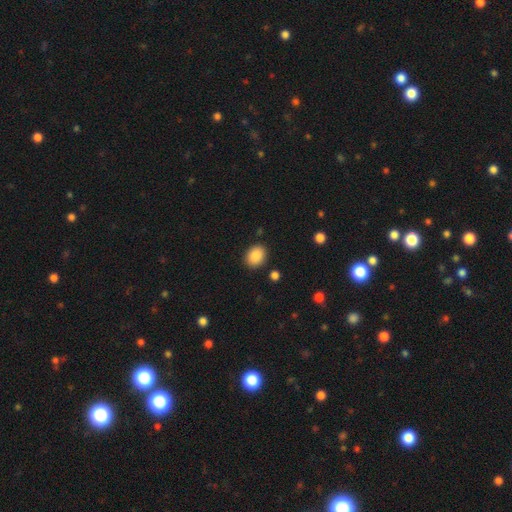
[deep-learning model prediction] Q: Smooth or featured?
A: smooth (88%); runner-up: star or artifact (8%)
Q: How rounded?
A: in between (55%); runner-up: round (44%)
Q: Merging?
A: none (87%); runner-up: minor disturbance (8%)